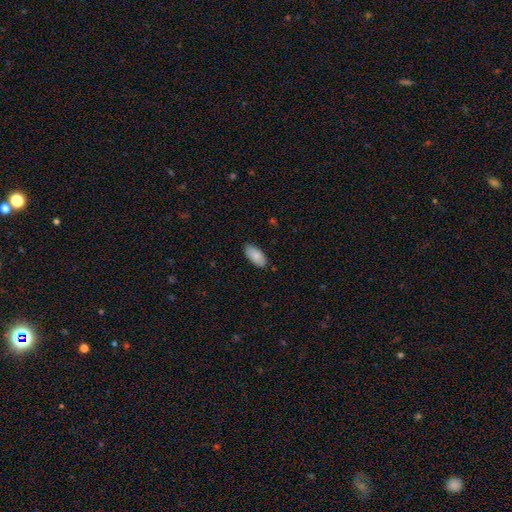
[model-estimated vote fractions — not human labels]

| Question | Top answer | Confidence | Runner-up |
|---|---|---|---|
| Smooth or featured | smooth | 86% | featured or disk (8%) |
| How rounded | in between | 93% | cigar-shaped (5%) |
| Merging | none | 84% | minor disturbance (13%) |